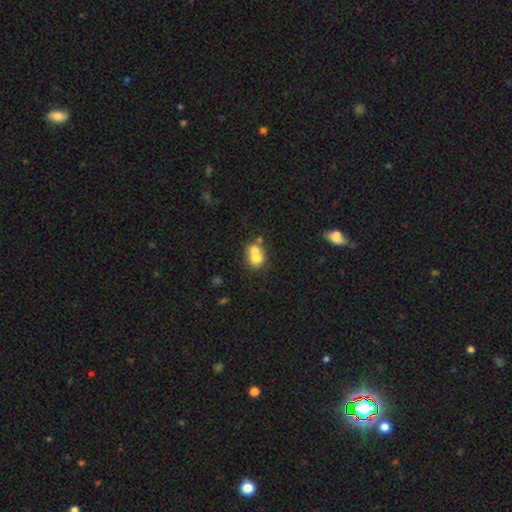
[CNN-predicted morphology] Overall: smooth (68%). How rounded: round (65%; in between 34%). Merging: merger (65%).